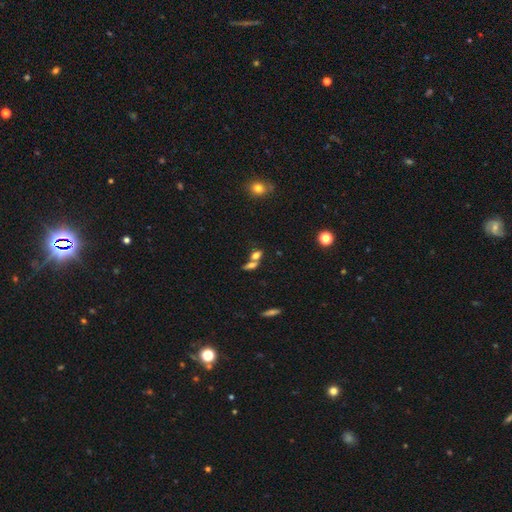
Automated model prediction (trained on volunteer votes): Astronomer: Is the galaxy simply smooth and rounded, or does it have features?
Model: smooth — 67%.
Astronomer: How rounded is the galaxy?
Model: in between — 60%.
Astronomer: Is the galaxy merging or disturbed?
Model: merger — 53% (runner-up: none, 35%).